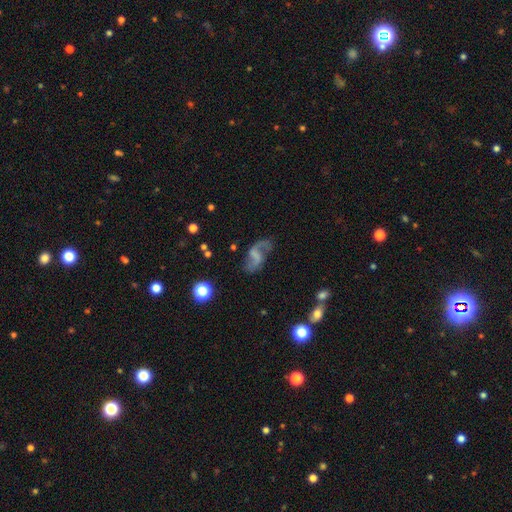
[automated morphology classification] featured or disk 79%, smooth 12%, star or artifact 9%. Down the decision tree: edge-on disk — no (97%); bar — weak (47%); spiral arms — yes (92%); spiral arm count — 2 (90%); spiral winding — loose (71%); bulge size — none (66%); merging — none (68%).